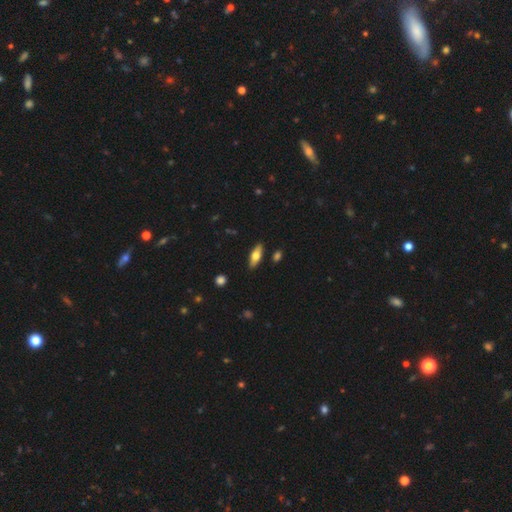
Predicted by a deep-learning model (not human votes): Smooth or featured? Predicted: smooth (p=0.61). How rounded? Predicted: in between (p=0.67). Merging? Predicted: none (p=0.87).